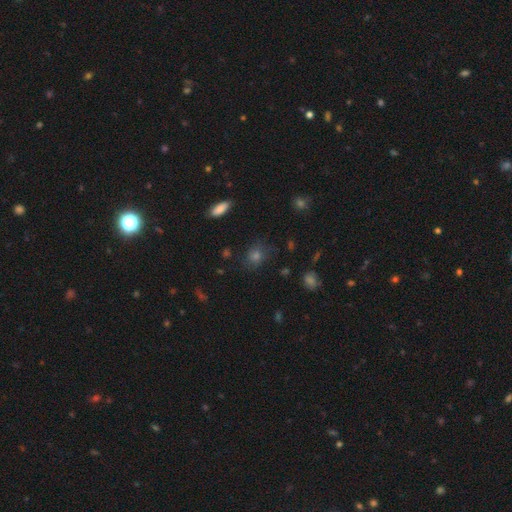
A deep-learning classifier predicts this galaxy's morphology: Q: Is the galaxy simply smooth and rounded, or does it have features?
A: smooth — 64%.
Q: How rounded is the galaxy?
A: round — 64%.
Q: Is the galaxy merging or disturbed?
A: none — 77%.